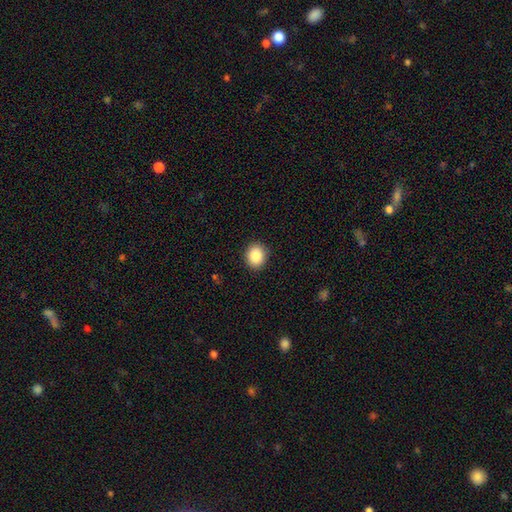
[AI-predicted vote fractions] Q: Smooth or featured?
A: smooth (87%); runner-up: star or artifact (8%)
Q: How rounded?
A: round (68%); runner-up: in between (31%)
Q: Merging?
A: none (90%); runner-up: minor disturbance (7%)